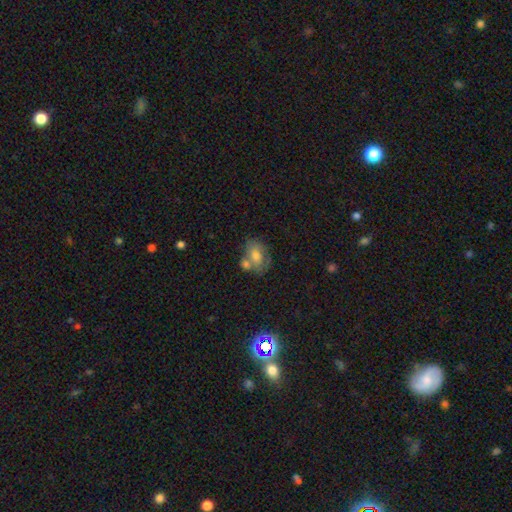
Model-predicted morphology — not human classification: This appears to be a smooth galaxy with no disk features (62%) that is in between round and cigar-shaped (73%). Merging: none (44%).